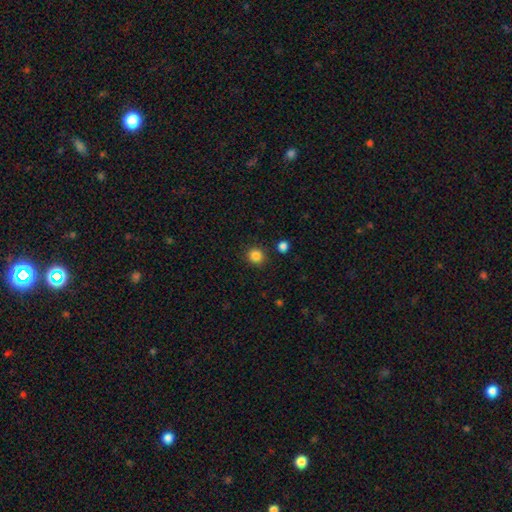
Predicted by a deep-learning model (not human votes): This appears to be a smooth galaxy with no disk features (85%) that is round (89%). Merging: none (89%).